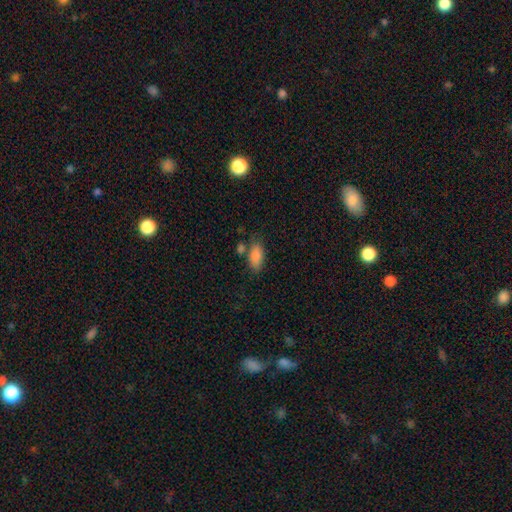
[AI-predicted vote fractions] smooth-or-featured: smooth: 87% | star or artifact: 7% | featured or disk: 6%
  how-rounded: in between: 89% | cigar-shaped: 7% | round: 3%
  merging: none: 62% | minor disturbance: 18% | merger: 15% | major disturbance: 6%